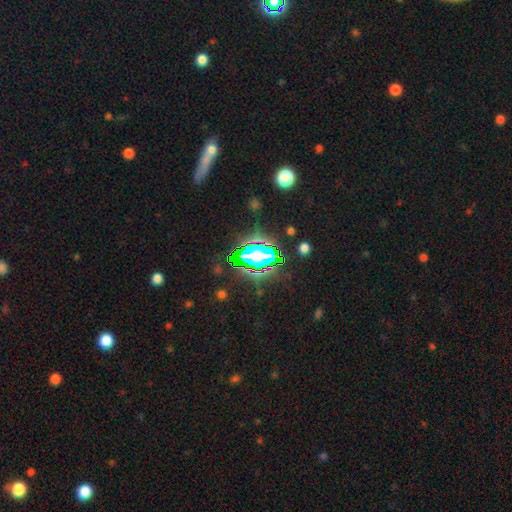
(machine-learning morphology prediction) The model was most divided on "smooth or featured": star or artifact: 67%, smooth: 21%, featured or disk: 12%.